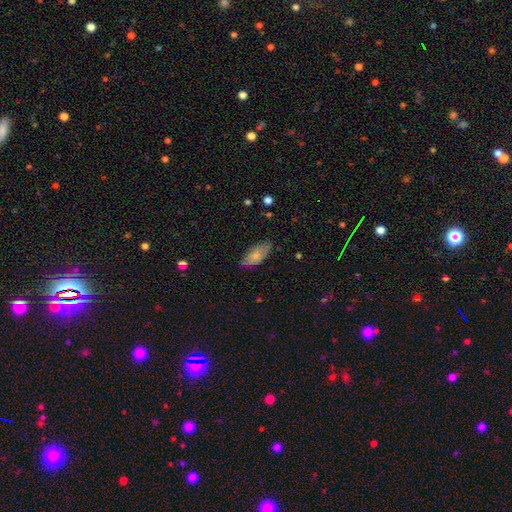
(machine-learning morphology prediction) Smooth or featured? Predicted: smooth (p=0.74). How rounded? Predicted: in between (p=0.86). Merging? Predicted: none (p=0.76).